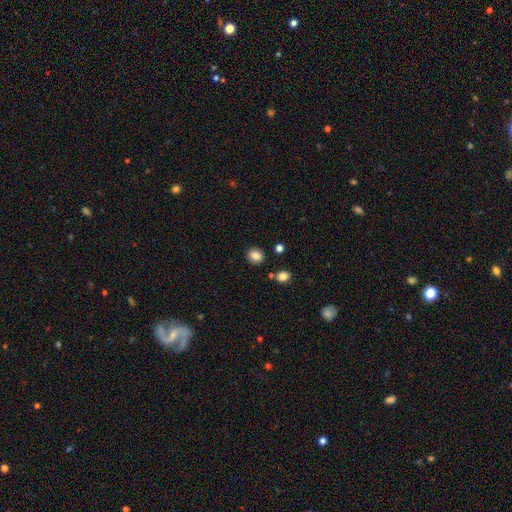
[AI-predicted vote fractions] Q: Smooth or featured?
A: smooth (85%); runner-up: star or artifact (10%)
Q: How rounded?
A: round (74%); runner-up: in between (25%)
Q: Merging?
A: none (87%); runner-up: minor disturbance (8%)